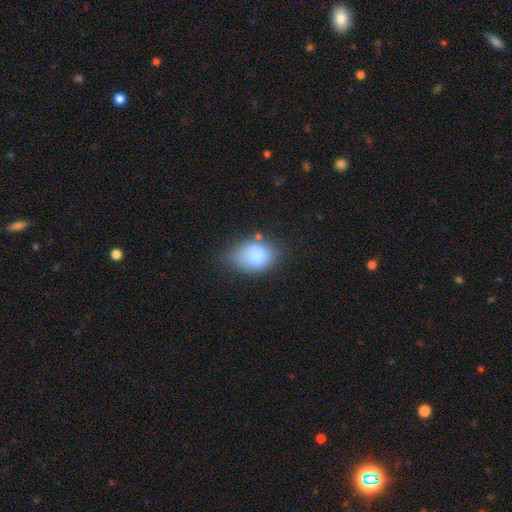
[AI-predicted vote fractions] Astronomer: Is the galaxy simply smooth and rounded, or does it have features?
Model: smooth — 84%.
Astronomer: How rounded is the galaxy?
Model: in between — 69%.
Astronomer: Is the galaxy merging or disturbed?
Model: none — 49% (runner-up: minor disturbance, 33%).